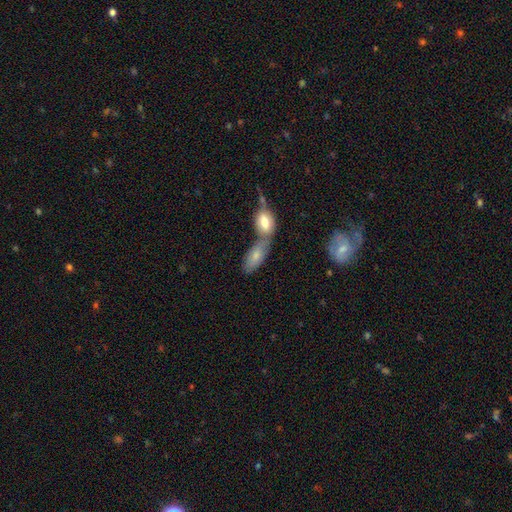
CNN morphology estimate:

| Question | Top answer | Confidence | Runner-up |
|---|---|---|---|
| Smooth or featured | smooth | 74% | featured or disk (19%) |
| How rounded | in between | 85% | cigar-shaped (11%) |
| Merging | merger | 54% | none (32%) |